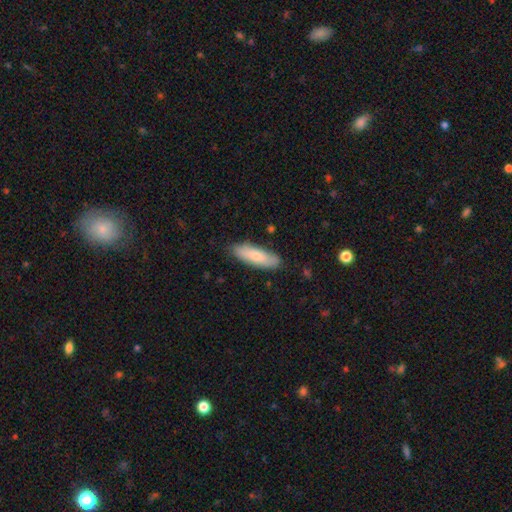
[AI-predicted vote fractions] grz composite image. It shows a smooth galaxy with no disk features (77%) that is in between round and cigar-shaped (50%). Merging: none (83%).